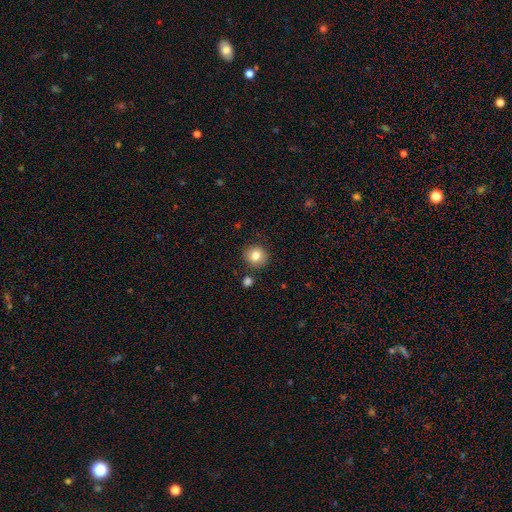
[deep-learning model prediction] Q: Smooth or featured?
A: smooth (82%); runner-up: star or artifact (10%)
Q: How rounded?
A: round (88%); runner-up: in between (11%)
Q: Merging?
A: none (87%); runner-up: minor disturbance (8%)